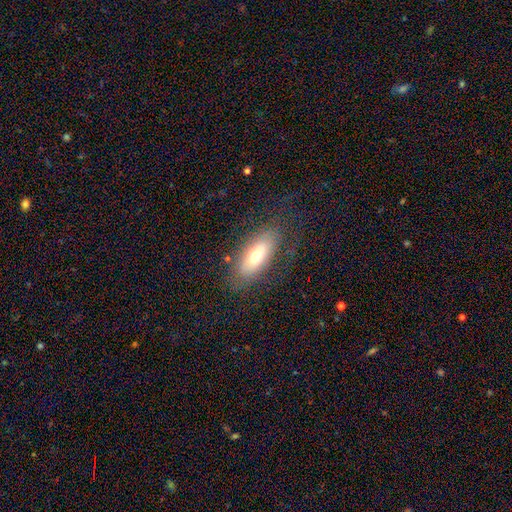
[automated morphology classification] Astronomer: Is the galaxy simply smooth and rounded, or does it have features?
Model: smooth — 63%.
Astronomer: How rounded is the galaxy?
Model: in between — 80%.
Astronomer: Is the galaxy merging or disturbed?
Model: none — 73%.